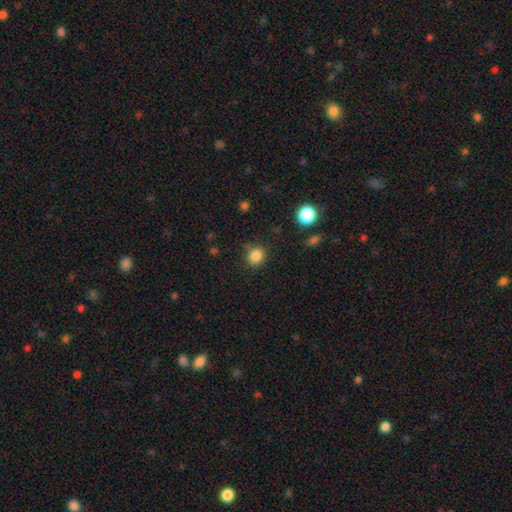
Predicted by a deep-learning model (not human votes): The model was most divided on "how rounded": round: 76%, in between: 23%, cigar-shaped: 1%. More confident: smooth or featured — smooth (84%); merging — none (81%).